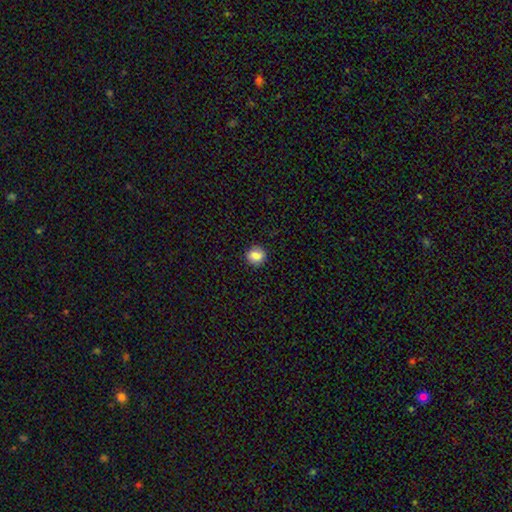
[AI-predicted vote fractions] smooth 85%, star or artifact 10%, featured or disk 5%. Down the decision tree: how rounded — round (82%); merging — none (88%).